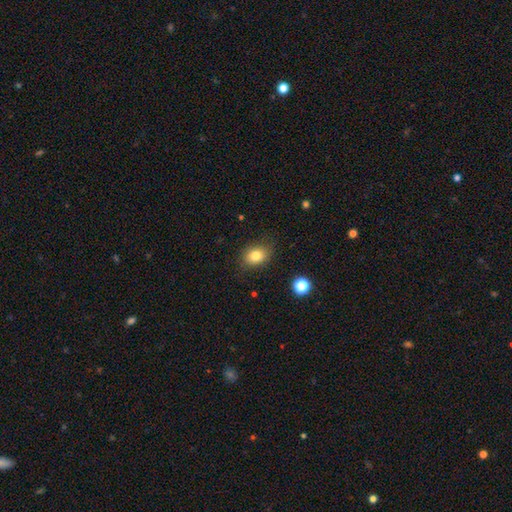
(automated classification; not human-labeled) Smooth or featured: smooth — 81% (star or artifact — 10%)
How rounded: in between — 64% (round — 35%)
Merging: none — 80% (minor disturbance — 15%)